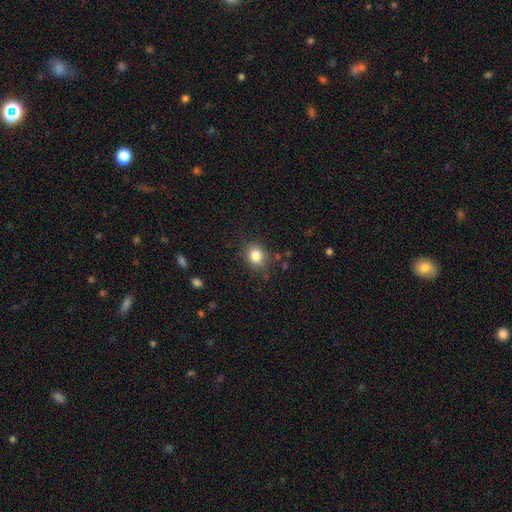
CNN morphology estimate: Smooth or featured?
  - smooth: 83% *
  - star or artifact: 10%
  - featured or disk: 7%
How rounded?
  - round: 66% *
  - in between: 33%
  - cigar-shaped: 1%
Merging?
  - none: 80% *
  - minor disturbance: 14%
  - major disturbance: 4%
  - merger: 2%